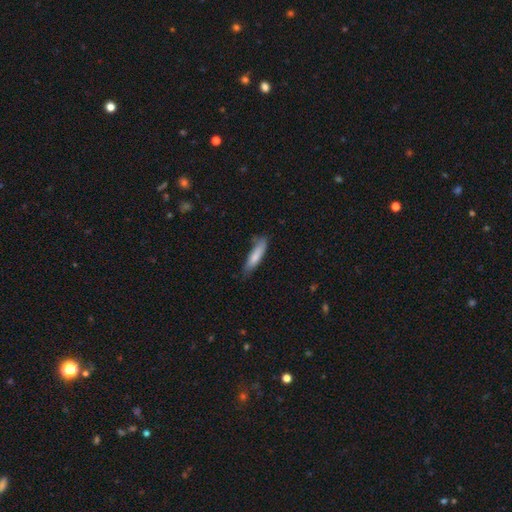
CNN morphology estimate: type=smooth (79%); roundness=cigar-shaped (75%); merging=none (70%).